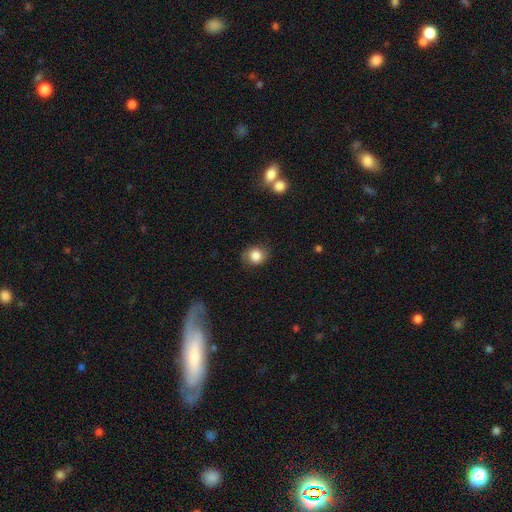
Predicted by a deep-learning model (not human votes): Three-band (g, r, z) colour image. It shows a smooth galaxy with no disk features (82%) that is round (70%). Merging: none (80%).